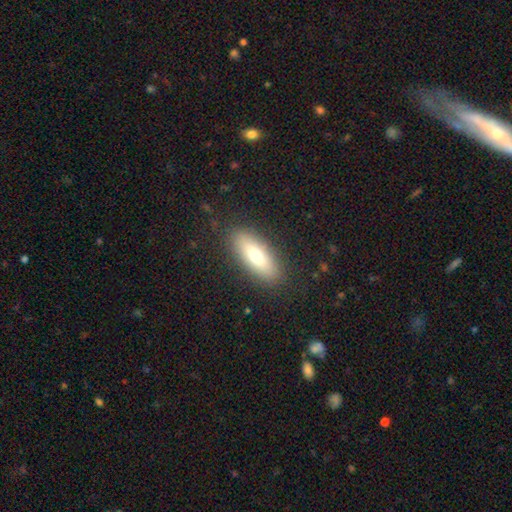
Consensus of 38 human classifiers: smooth_or_featured: smooth (p=0.74) [alt: featured or disk p=0.24]
how_rounded: in between (p=0.54) [alt: cigar-shaped p=0.43]
merging: none (p=0.76) [alt: minor disturbance p=0.16]